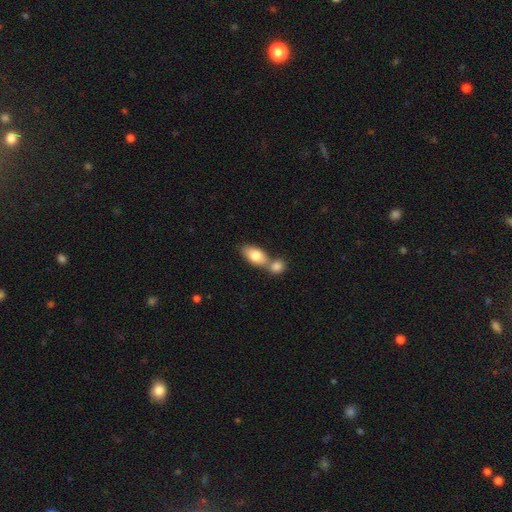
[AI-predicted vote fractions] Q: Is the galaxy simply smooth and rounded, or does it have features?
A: smooth — 79%.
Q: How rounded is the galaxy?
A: in between — 87%.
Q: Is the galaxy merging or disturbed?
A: merger — 54%.